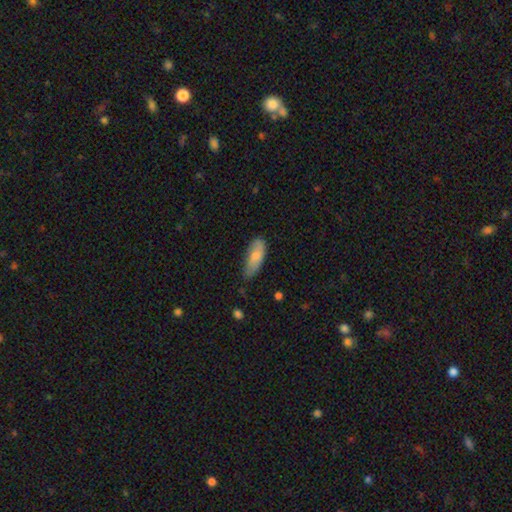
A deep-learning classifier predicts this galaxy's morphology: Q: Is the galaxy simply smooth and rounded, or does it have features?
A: smooth — 75%.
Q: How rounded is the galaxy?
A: in between — 80%.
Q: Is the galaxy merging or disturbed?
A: none — 56%.